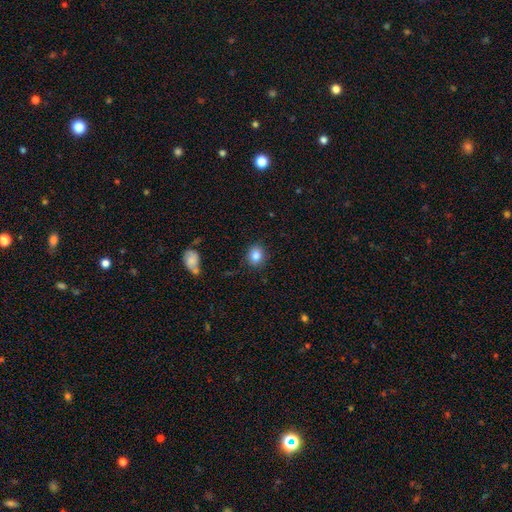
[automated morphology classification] smooth 85%, star or artifact 9%, featured or disk 6%. Down the decision tree: how rounded — round (70%); merging — none (86%).